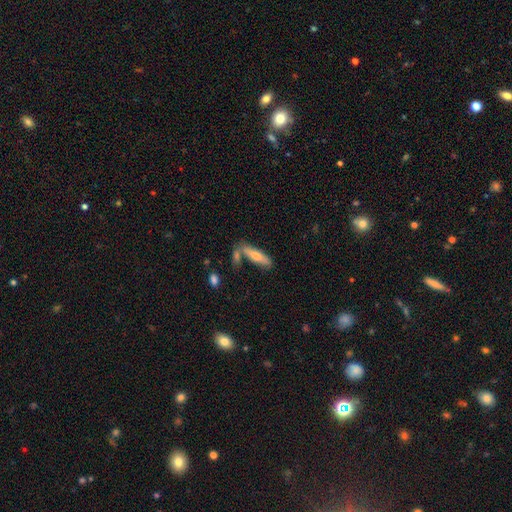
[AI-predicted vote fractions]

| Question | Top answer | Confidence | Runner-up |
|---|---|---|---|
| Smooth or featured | smooth | 61% | featured or disk (33%) |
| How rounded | cigar-shaped | 64% | in between (34%) |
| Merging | none | 62% | merger (18%) |